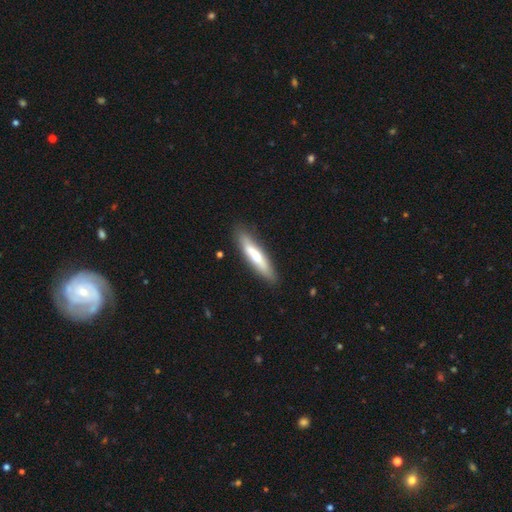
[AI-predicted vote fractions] Q: Smooth or featured?
A: smooth (54%); runner-up: featured or disk (41%)
Q: How rounded?
A: cigar-shaped (81%); runner-up: in between (17%)
Q: Merging?
A: none (83%); runner-up: minor disturbance (13%)